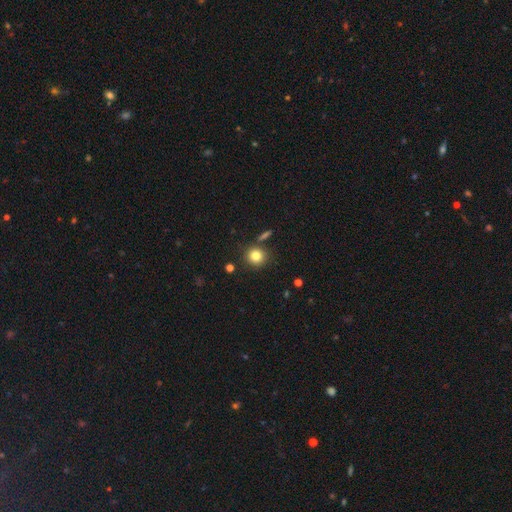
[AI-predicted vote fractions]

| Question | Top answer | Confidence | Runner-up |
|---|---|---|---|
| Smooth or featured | smooth | 81% | star or artifact (12%) |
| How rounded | round | 89% | in between (10%) |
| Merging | none | 81% | minor disturbance (9%) |